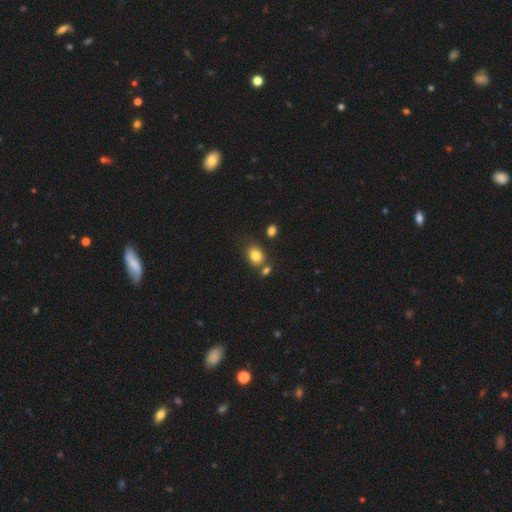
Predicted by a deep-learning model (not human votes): Morphology: type=smooth (82%); roundness=in between (52%); merging=none (69%).